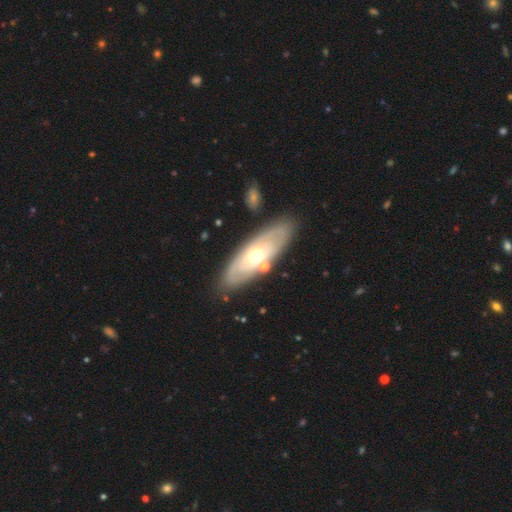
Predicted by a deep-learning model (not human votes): This appears to be a featured or disk galaxy (62%). Merging: none (81%).